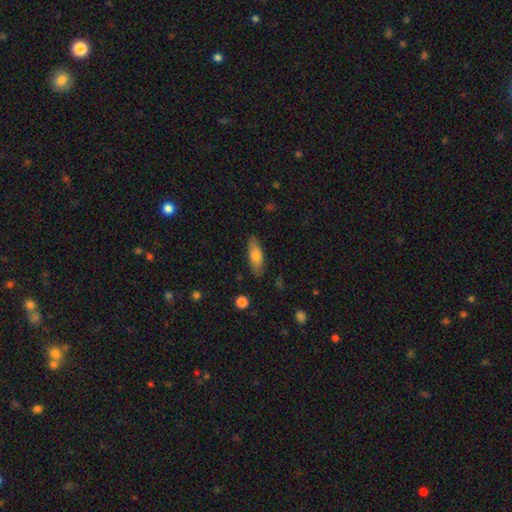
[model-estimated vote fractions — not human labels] smooth 72%, featured or disk 22%, star or artifact 6%. Down the decision tree: how rounded — in between (62%); merging — none (82%).